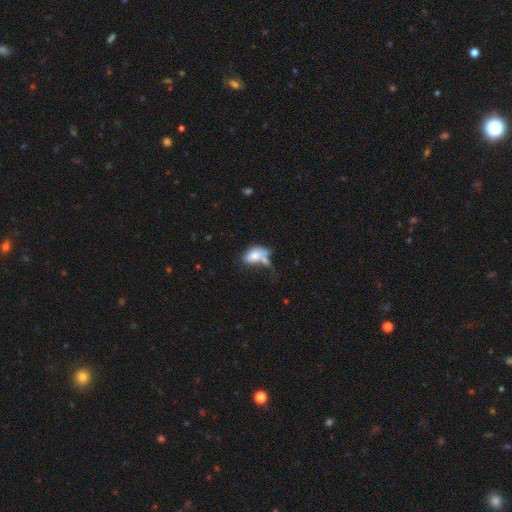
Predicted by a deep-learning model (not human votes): Smooth or featured?
  - smooth: 74% *
  - featured or disk: 18%
  - star or artifact: 8%
How rounded?
  - in between: 89% *
  - round: 8%
  - cigar-shaped: 2%
Merging?
  - merger: 31% *
  - none: 28%
  - minor disturbance: 21%
  - major disturbance: 20%